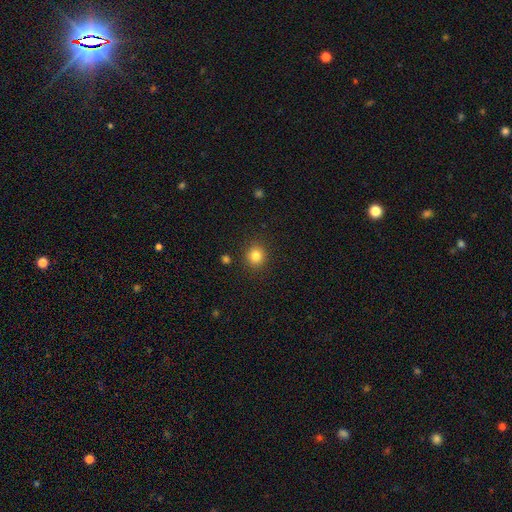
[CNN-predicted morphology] Smooth or featured? smooth (83%)
How rounded? round (85%)
Merging? none (88%)